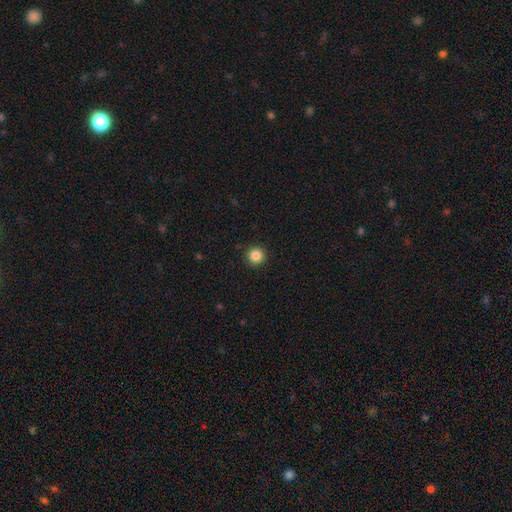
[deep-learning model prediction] Smooth or featured? smooth (86%)
How rounded? round (96%)
Merging? none (92%)